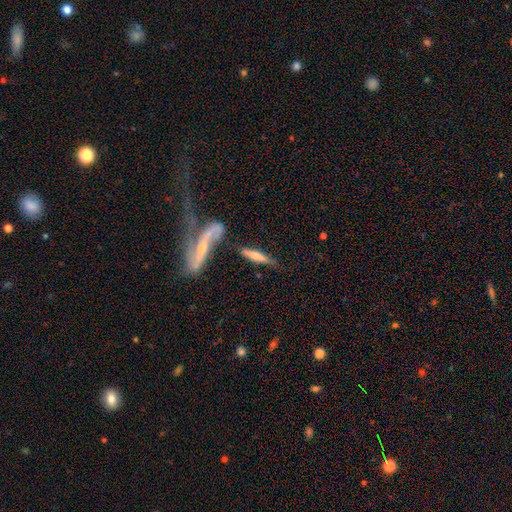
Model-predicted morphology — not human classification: Smooth or featured? smooth (52%)
How rounded? cigar-shaped (85%)
Merging? none (55%)